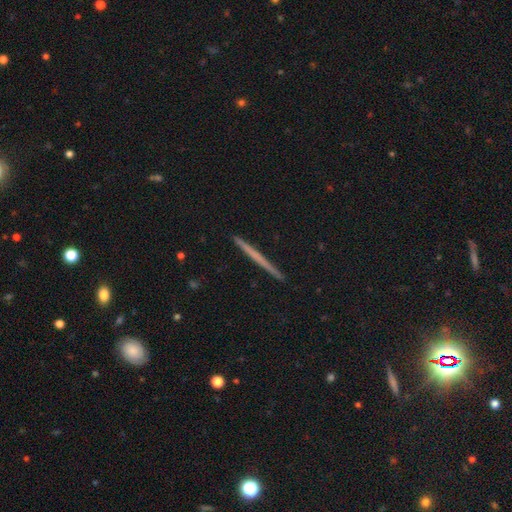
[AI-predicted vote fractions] This is possibly a featured or disk galaxy (50%). It is clearly viewed edge-on (98%). Merging: clearly none (93%).